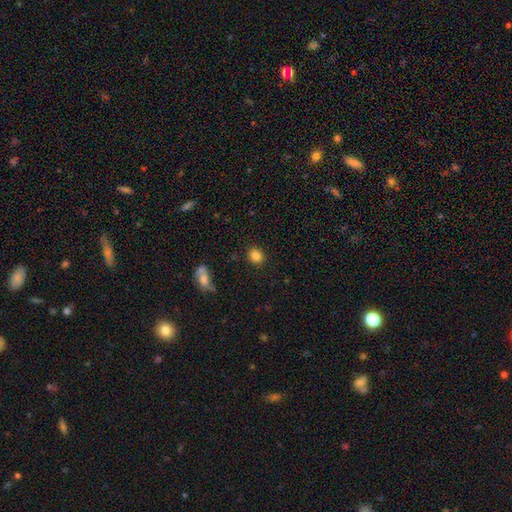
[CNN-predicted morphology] Smooth or featured? Predicted: smooth (p=0.84). How rounded? Predicted: round (p=0.69). Merging? Predicted: none (p=0.89).